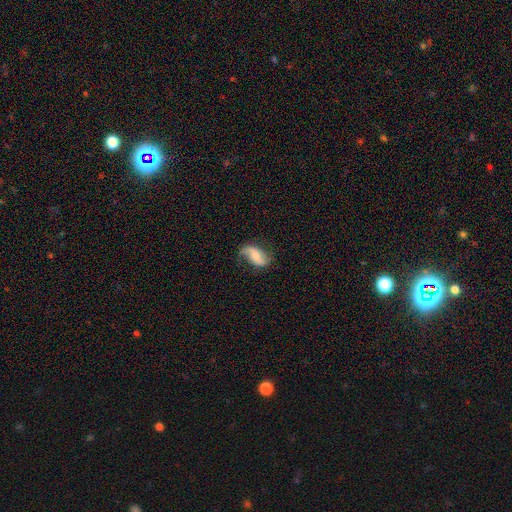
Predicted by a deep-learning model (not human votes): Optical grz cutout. It shows a featured or disk galaxy (64%) with a weak bar (38%, tied with no), 2 (81%) loose (69%) spiral arms (91%) and a moderate central bulge (47%). Merging: none (66%).